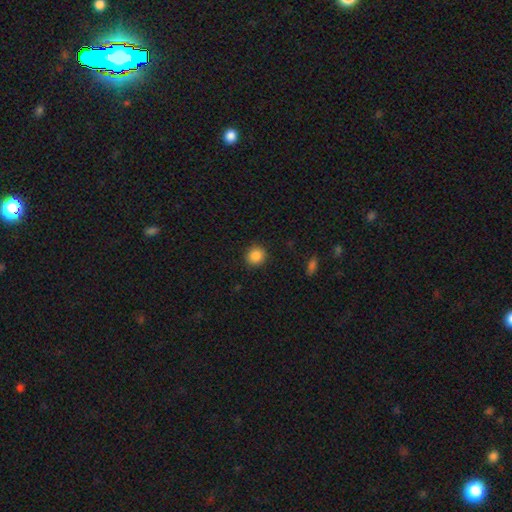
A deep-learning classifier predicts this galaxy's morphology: This is clearly a smooth galaxy (87%). How rounded: clearly round (89%). Merging: clearly none (90%).